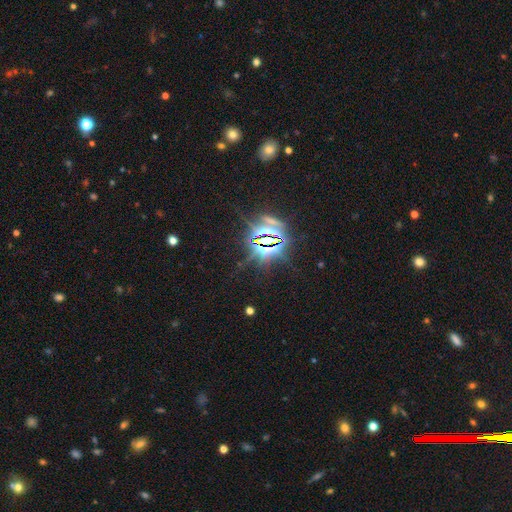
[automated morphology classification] A star or artifact, not a galaxy (85%).